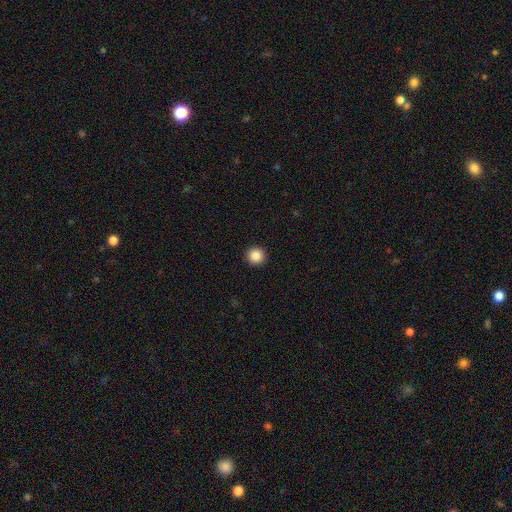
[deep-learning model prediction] smooth-or-featured: smooth: 87% | star or artifact: 10% | featured or disk: 3%
  how-rounded: round: 96% | in between: 3% | cigar-shaped: 1%
  merging: none: 94% | minor disturbance: 4% | major disturbance: 1% | merger: 1%